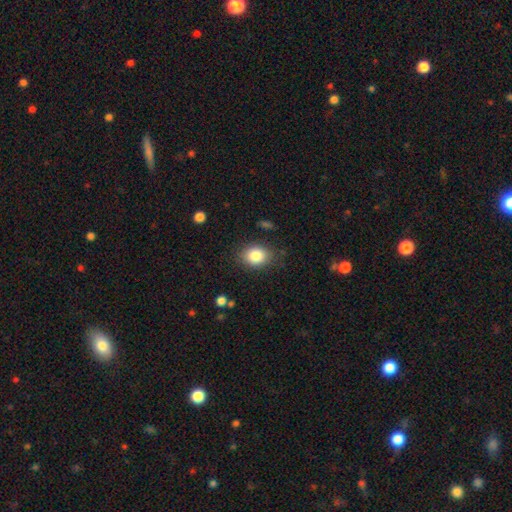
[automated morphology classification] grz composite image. It shows a smooth galaxy with no disk features (84%) that is in between round and cigar-shaped (58%). Merging: none (82%).